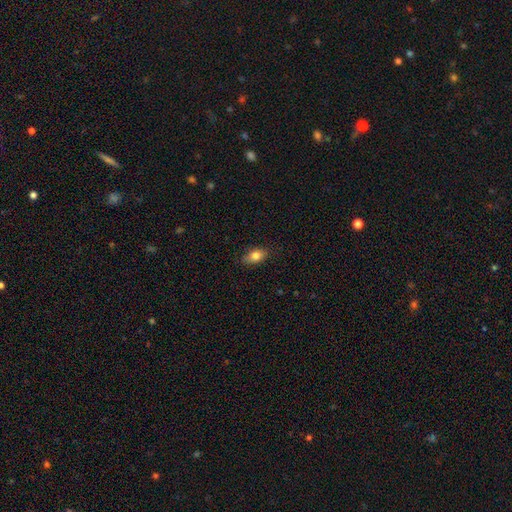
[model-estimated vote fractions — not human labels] This appears to be a smooth galaxy with no disk features (79%) that is in between round and cigar-shaped (84%). Merging: none (84%).